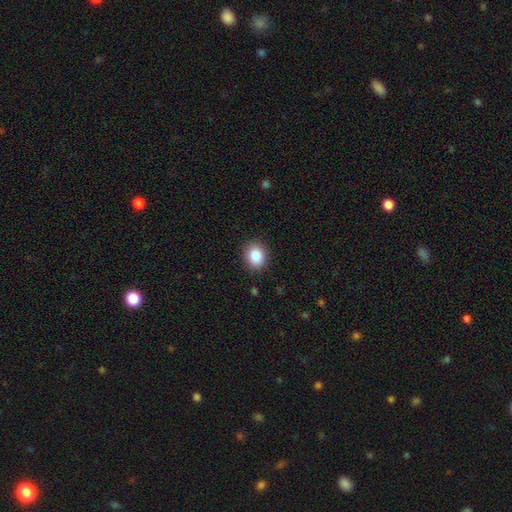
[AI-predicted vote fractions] Smooth or featured?
  - smooth: 86% *
  - star or artifact: 9%
  - featured or disk: 5%
How rounded?
  - round: 63% *
  - in between: 36%
  - cigar-shaped: 1%
Merging?
  - none: 89% *
  - minor disturbance: 8%
  - major disturbance: 2%
  - merger: 1%